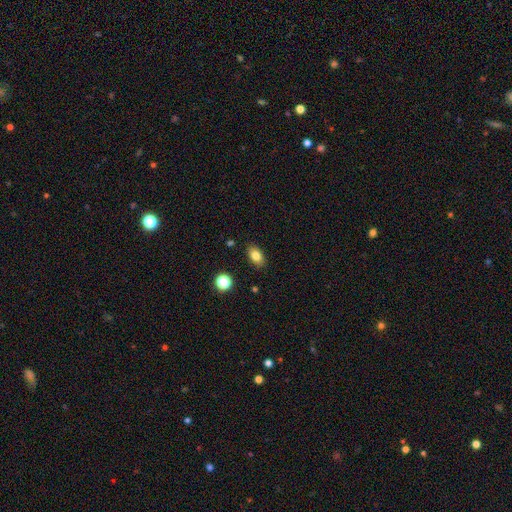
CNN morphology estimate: Overall: smooth (81%). How rounded: in between (87%). Merging: none (87%).